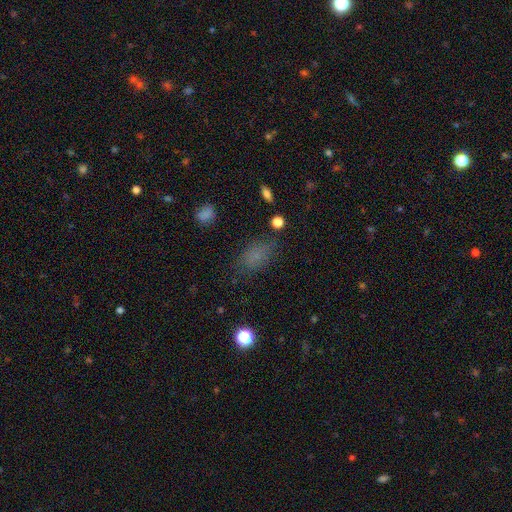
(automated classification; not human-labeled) A smooth galaxy with no disk features (72%) that is in between round and cigar-shaped (85%). Merging: none (71%).